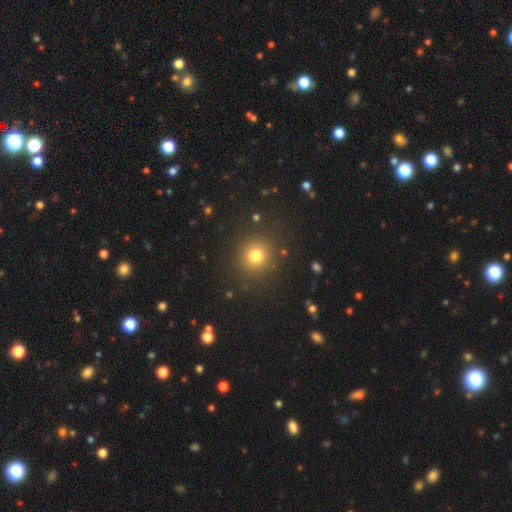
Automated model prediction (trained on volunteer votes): A smooth galaxy with no disk features (78%) that is round (90%).

Vote fractions:
- Smooth or featured? smooth: 78% / star or artifact: 16% / featured or disk: 7%
- How rounded? round: 90% / in between: 9% / cigar-shaped: 1%
- Merging? none: 89% / minor disturbance: 6% / major disturbance: 3% / merger: 2%